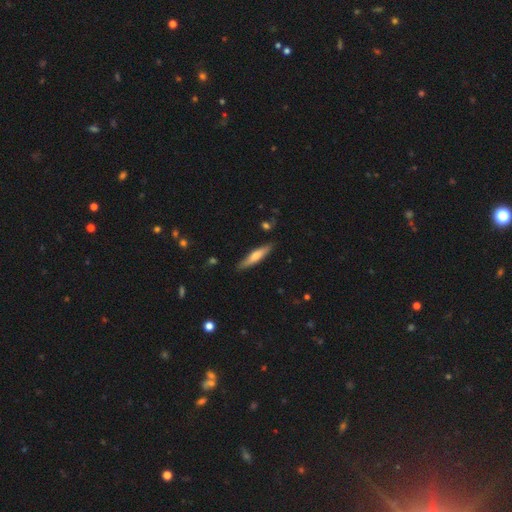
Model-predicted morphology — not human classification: type=smooth (55%); roundness=cigar-shaped (85%); merging=none (86%).